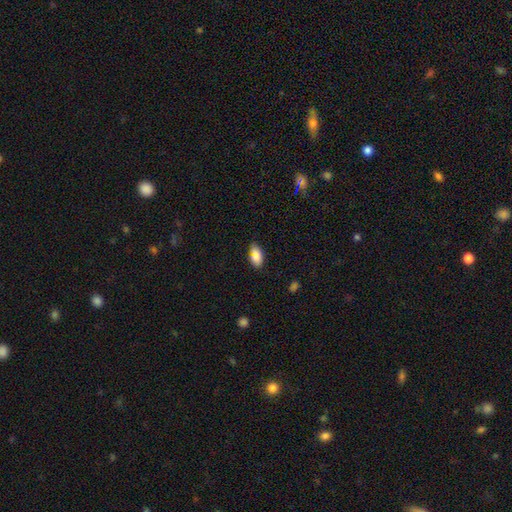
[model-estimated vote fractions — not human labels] smooth-or-featured: smooth: 85% | featured or disk: 8% | star or artifact: 7%
  how-rounded: in between: 91% | cigar-shaped: 5% | round: 4%
  merging: none: 68% | minor disturbance: 25% | major disturbance: 4% | merger: 3%